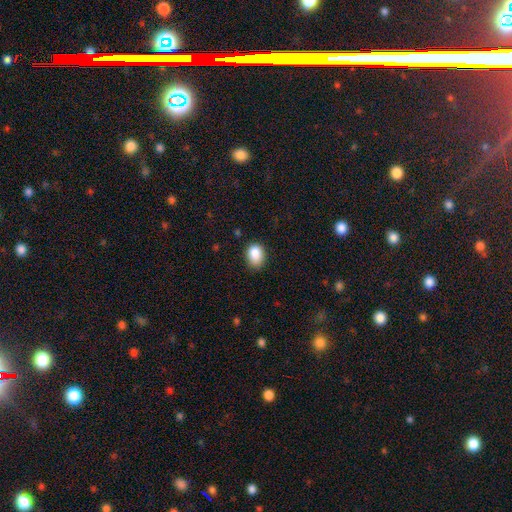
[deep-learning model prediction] Overall: smooth (88%). How rounded: in between (73%). Merging: none (76%).